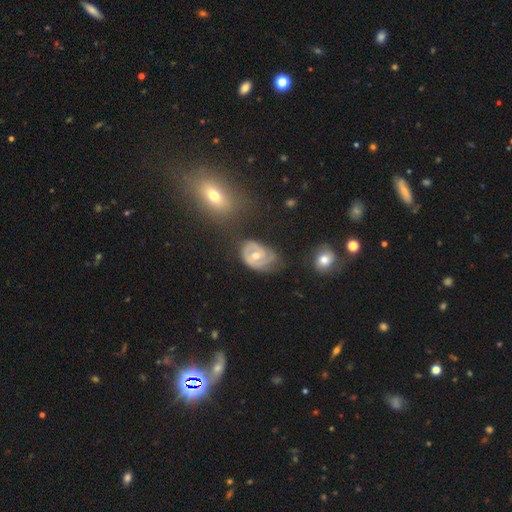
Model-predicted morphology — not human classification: Smooth or featured: featured or disk — 76% (smooth — 18%)
Edge-on disk: no — 97% (yes — 3%)
Bar: no — 65% (weak — 29%)
Spiral arms: yes — 85% (no — 15%)
Spiral winding: tight — 61% (medium — 29%)
Spiral arm count: 2 — 37% (1 — 29%)
Bulge size: moderate — 72% (small — 22%)
Merging: none — 43% (minor disturbance — 30%)